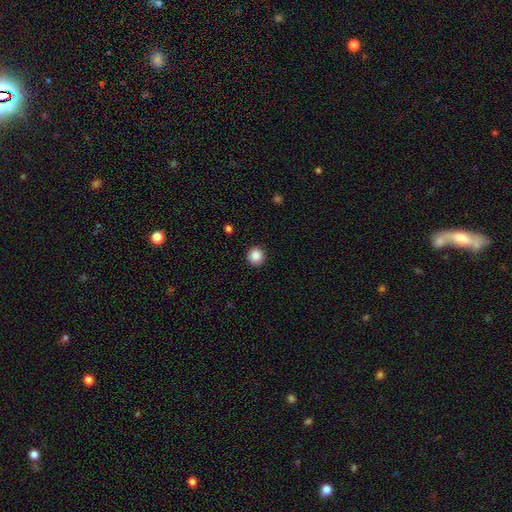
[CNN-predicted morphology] smooth_or_featured: smooth (p=0.88) [alt: star or artifact p=0.09]
how_rounded: round (p=0.94) [alt: in between p=0.05]
merging: none (p=0.92) [alt: minor disturbance p=0.05]